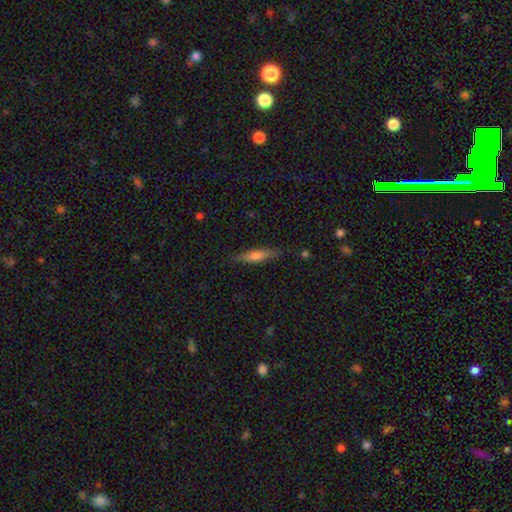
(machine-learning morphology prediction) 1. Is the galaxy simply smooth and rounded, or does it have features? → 49% smooth, 44% featured or disk, 7% star or artifact.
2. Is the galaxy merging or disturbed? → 85% none, 11% minor disturbance, 2% major disturbance, 1% merger.